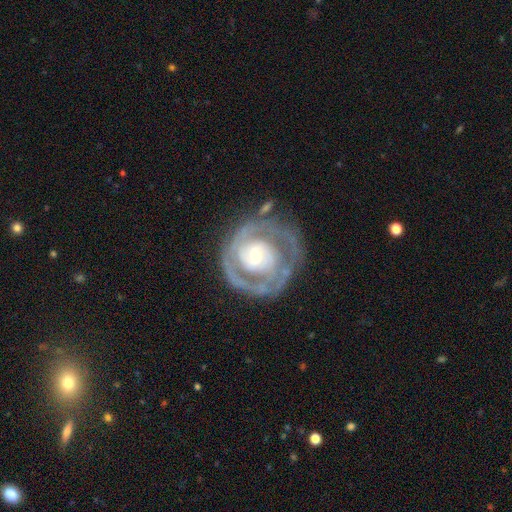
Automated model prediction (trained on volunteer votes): A featured or disk galaxy (83%) with no bar (53%), 2 (42%) tight (66%) spiral arms (82%) and a moderate central bulge (53%). Merging: none (66%).